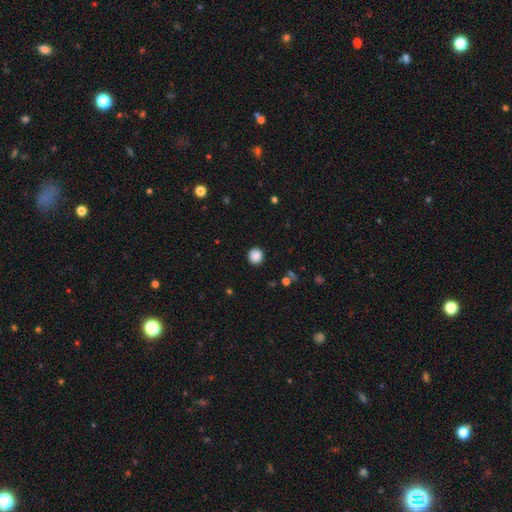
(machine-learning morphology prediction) type=smooth (87%); roundness=round (92%); merging=none (89%).